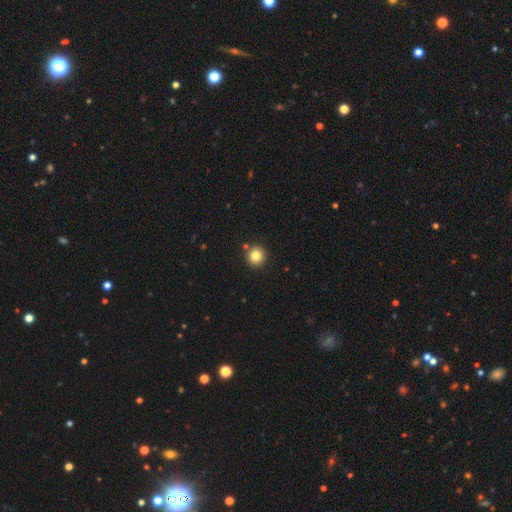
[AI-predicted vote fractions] smooth_or_featured: smooth (p=0.83) [alt: star or artifact p=0.11]
how_rounded: round (p=0.93) [alt: in between p=0.06]
merging: none (p=0.88) [alt: minor disturbance p=0.06]